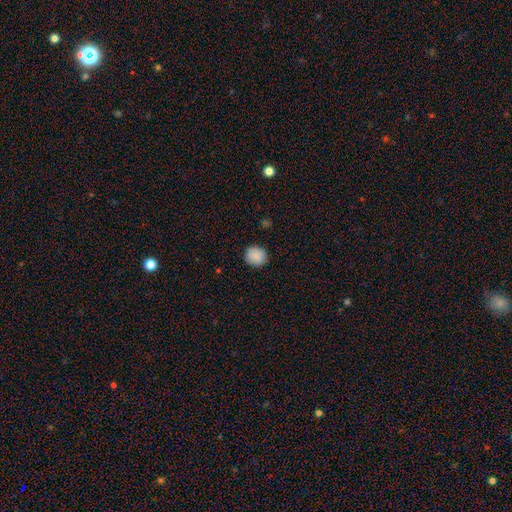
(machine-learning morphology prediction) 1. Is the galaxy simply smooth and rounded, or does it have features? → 88% smooth, 8% star or artifact, 5% featured or disk.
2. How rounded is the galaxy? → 83% round, 16% in between, 1% cigar-shaped.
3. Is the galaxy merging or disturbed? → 88% none, 9% minor disturbance, 2% major disturbance, 1% merger.